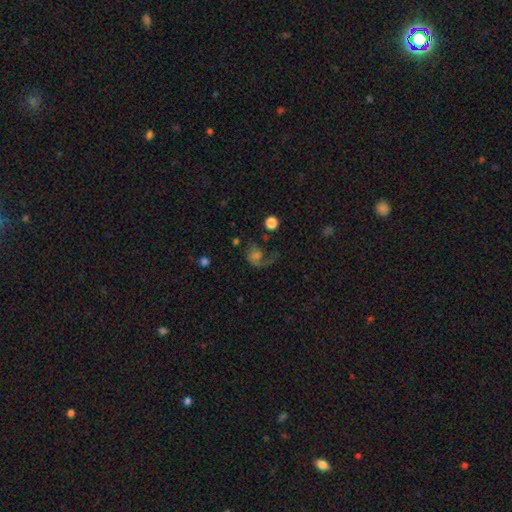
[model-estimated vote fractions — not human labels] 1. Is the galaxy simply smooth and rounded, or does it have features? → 54% featured or disk, 31% smooth, 15% star or artifact.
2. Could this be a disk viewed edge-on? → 97% no, 3% yes.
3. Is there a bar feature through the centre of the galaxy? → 75% no, 21% weak, 4% strong.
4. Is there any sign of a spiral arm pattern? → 85% yes, 15% no.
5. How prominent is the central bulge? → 33% moderate, 30% small, 19% none, 14% large, 4% dominant.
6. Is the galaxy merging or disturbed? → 39% major disturbance, 38% none, 18% minor disturbance, 5% merger.